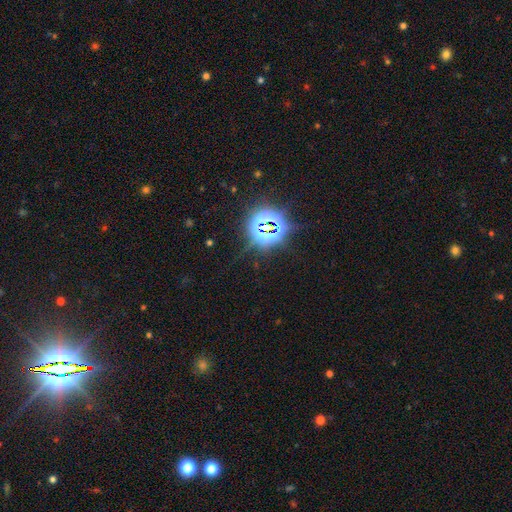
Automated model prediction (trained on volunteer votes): Smooth or featured? star or artifact (84%)